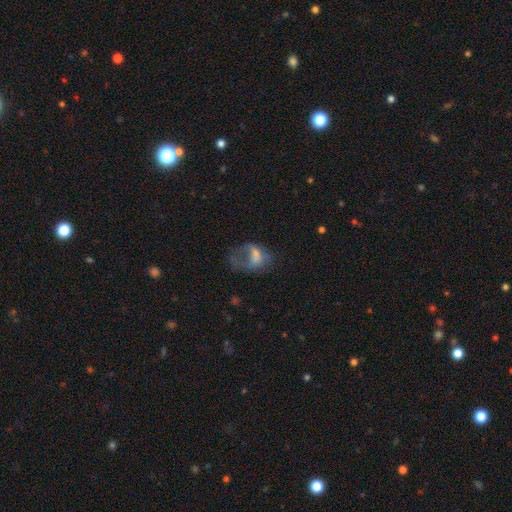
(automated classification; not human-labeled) This is marginally a smooth galaxy (45%). Merging: possibly major disturbance (54%).